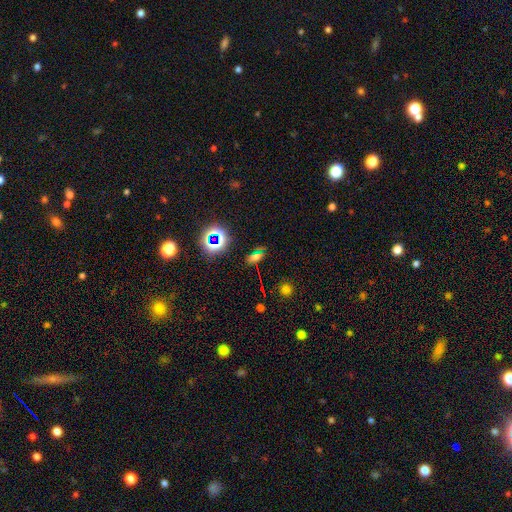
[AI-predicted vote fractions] This is possibly a smooth galaxy (49%). Merging: likely none (79%).